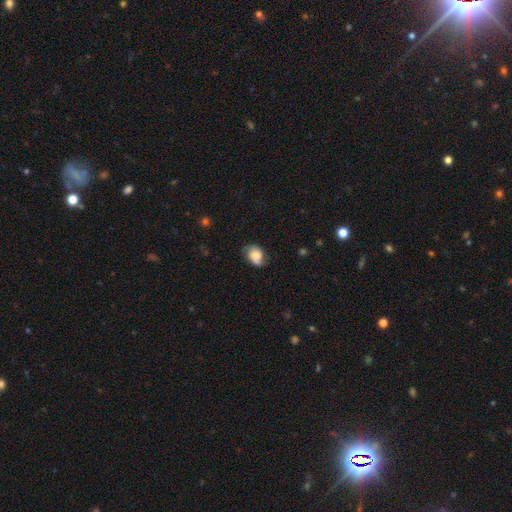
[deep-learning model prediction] This is likely a smooth galaxy (62%). How rounded: likely in between (68%). Merging: possibly none (56%).